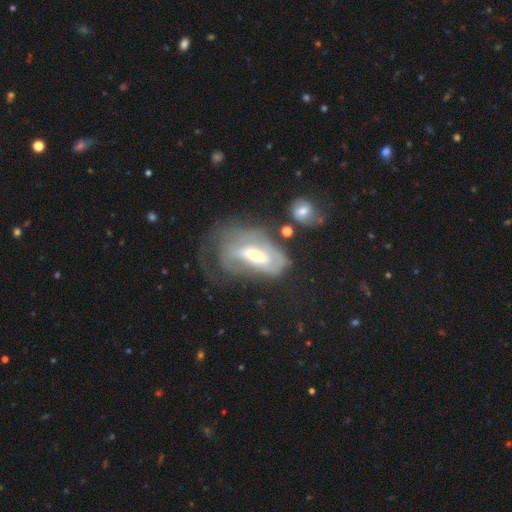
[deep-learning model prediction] Smooth or featured? featured or disk (67%)
Edge-on disk? no (91%)
Bar? weak (39%)
Spiral arms? yes (62%)
Bulge size? moderate (53%)
Merging? major disturbance (49%)